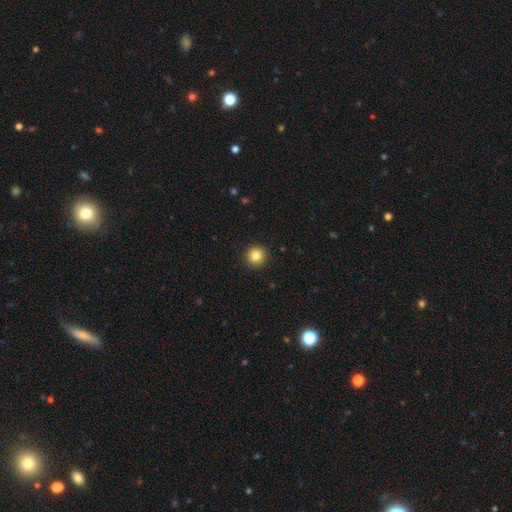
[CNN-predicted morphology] type=smooth (83%); roundness=round (96%); merging=none (93%).